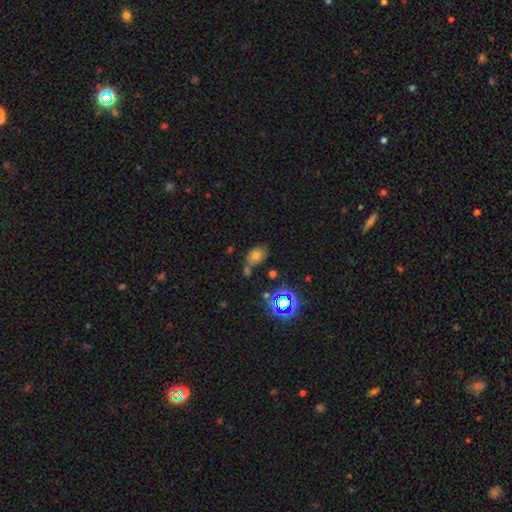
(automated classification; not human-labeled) smooth-or-featured: smooth: 65% | star or artifact: 21% | featured or disk: 14%
  how-rounded: in between: 79% | round: 19% | cigar-shaped: 2%
  merging: none: 51% | merger: 23% | minor disturbance: 19% | major disturbance: 7%